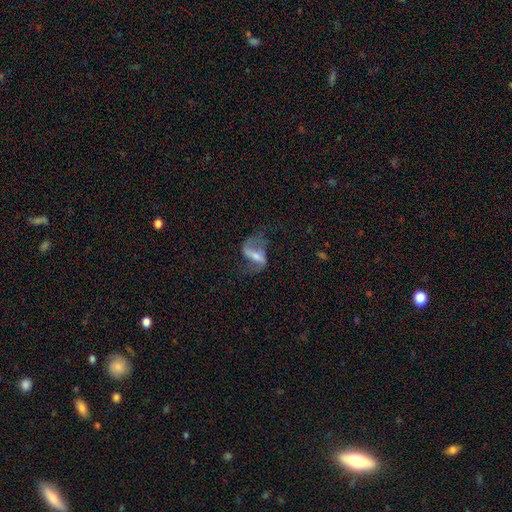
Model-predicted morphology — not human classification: featured or disk 81%, smooth 11%, star or artifact 7%. Down the decision tree: edge-on disk — no (95%); bar — strong (51%); spiral arms — yes (91%); spiral arm count — 2 (89%); spiral winding — loose (66%); bulge size — small (43%, tied with moderate); merging — none (64%).